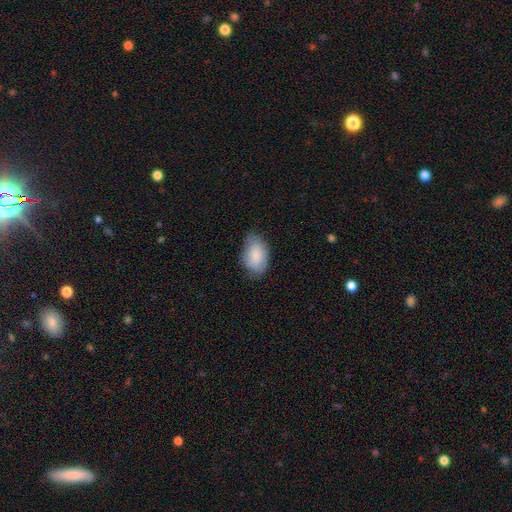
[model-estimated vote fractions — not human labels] Morphology: type=smooth (87%); roundness=in between (92%); merging=none (71%).